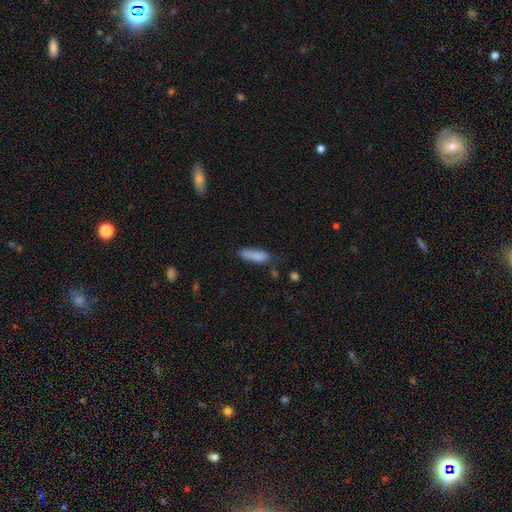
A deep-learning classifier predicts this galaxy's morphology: This appears to be a smooth galaxy with no disk features (84%) that is cigar-shaped (51%). Merging: none (60%).